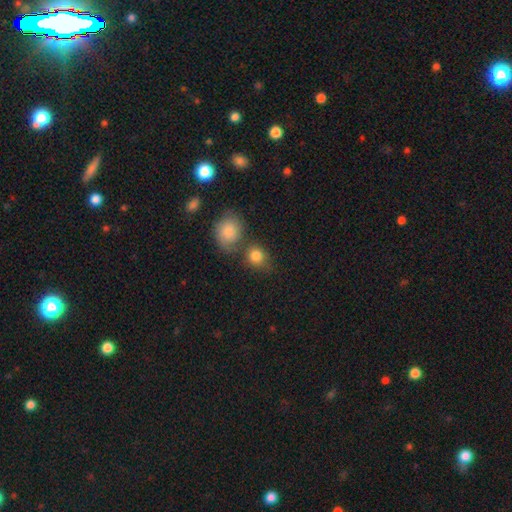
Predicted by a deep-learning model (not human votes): Smooth or featured? smooth (83%)
How rounded? round (73%)
Merging? none (53%)